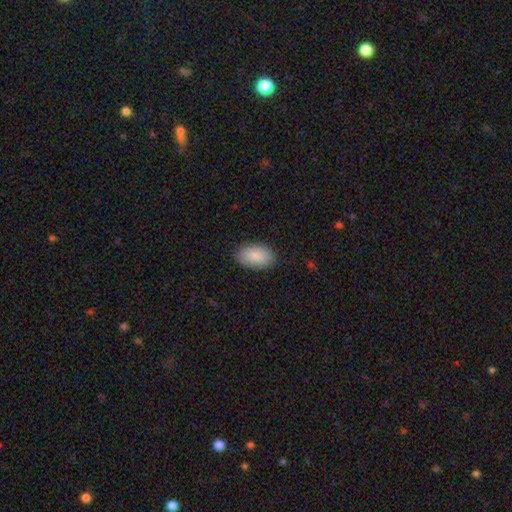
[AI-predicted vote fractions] Smooth or featured?
  - smooth: 87% *
  - featured or disk: 7%
  - star or artifact: 6%
How rounded?
  - in between: 93% *
  - round: 6%
  - cigar-shaped: 1%
Merging?
  - none: 85% *
  - minor disturbance: 11%
  - major disturbance: 2%
  - merger: 1%